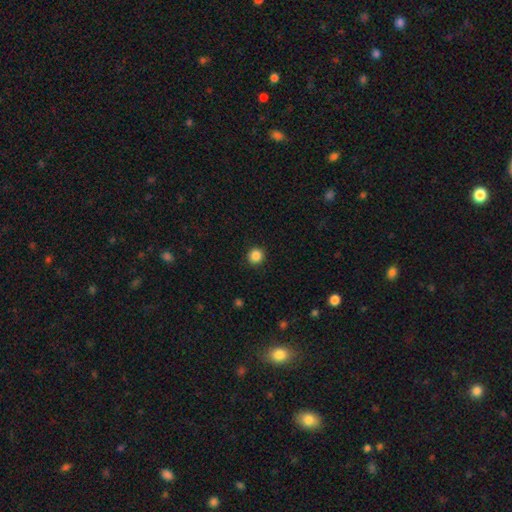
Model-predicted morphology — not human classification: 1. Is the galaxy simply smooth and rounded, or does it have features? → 86% smooth, 10% star or artifact, 3% featured or disk.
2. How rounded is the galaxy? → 92% round, 7% in between, 1% cigar-shaped.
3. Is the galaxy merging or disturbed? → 92% none, 5% minor disturbance, 2% major disturbance, 1% merger.